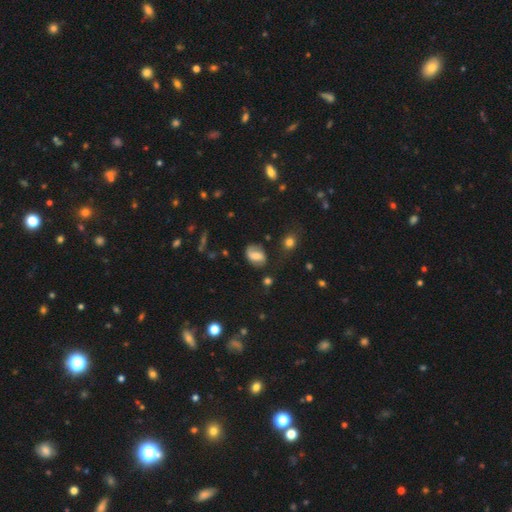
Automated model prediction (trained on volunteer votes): Morphology: type=smooth (53%); roundness=in between (70%); merging=none (60%).